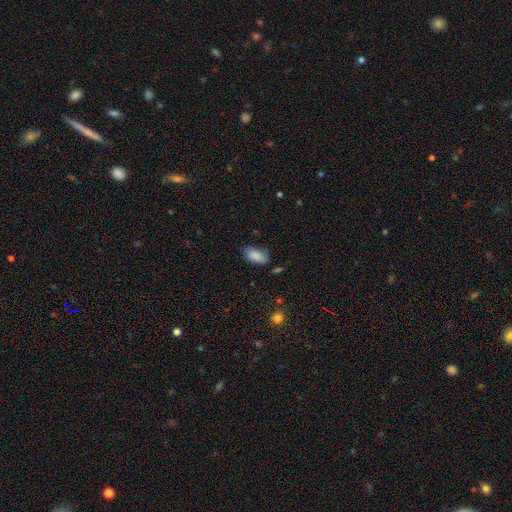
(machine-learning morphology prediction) type=smooth (87%); roundness=in between (93%); merging=none (76%).